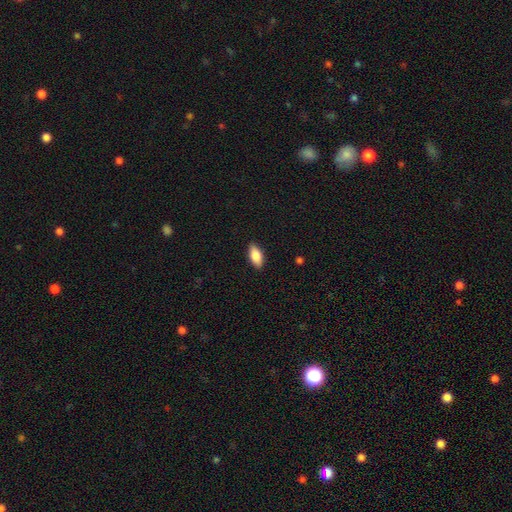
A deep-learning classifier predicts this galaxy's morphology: The model was most divided on "smooth or featured": smooth: 84%, featured or disk: 10%, star or artifact: 6%. More confident: merging — none (89%); how rounded — in between (88%).